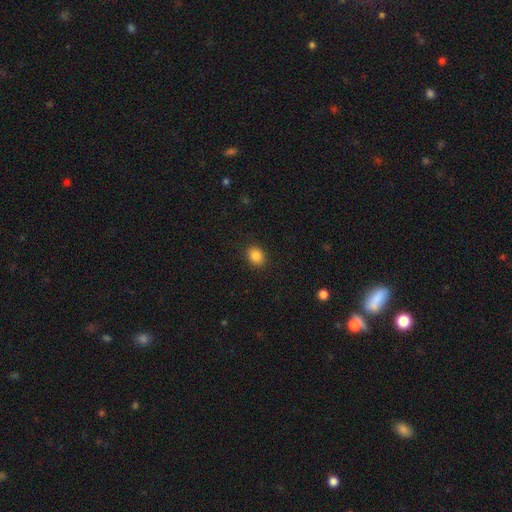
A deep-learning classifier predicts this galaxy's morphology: Smooth or featured: smooth — 85% (star or artifact — 10%)
How rounded: round — 54% (in between — 45%)
Merging: none — 90% (minor disturbance — 7%)